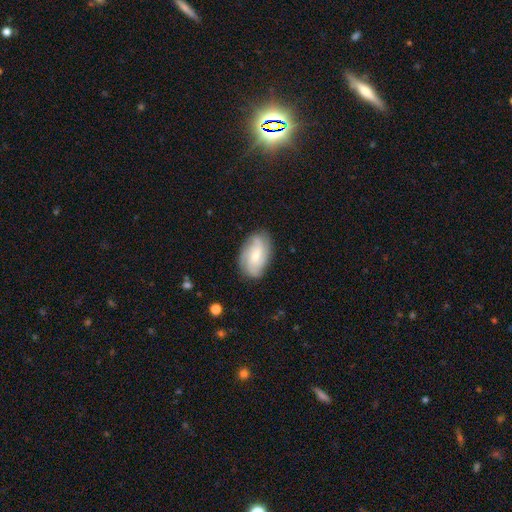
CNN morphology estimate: Overall: featured or disk (67%; smooth 27%). Edge-on disk: no (96%). Bar: no (60%; weak 34%). Spiral arms: yes (93%). Spiral arm count: 3 (30%; can't tell 28%). Spiral winding: tight (48%; medium 38%). Bulge size: small (55%; moderate 38%). Merging: none (79%).